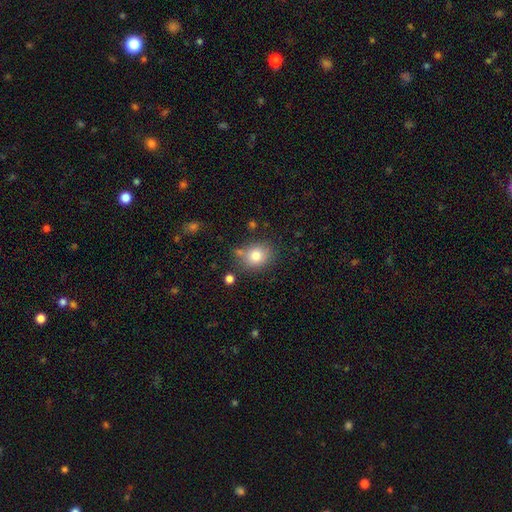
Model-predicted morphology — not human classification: smooth_or_featured: smooth (p=0.79) [alt: star or artifact p=0.11]
how_rounded: round (p=0.59) [alt: in between p=0.40]
merging: none (p=0.70) [alt: minor disturbance p=0.17]